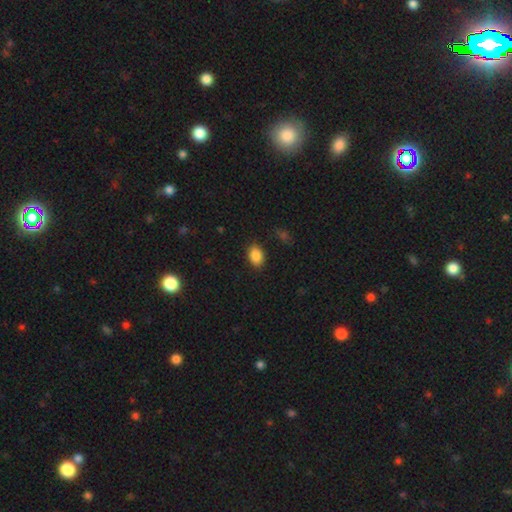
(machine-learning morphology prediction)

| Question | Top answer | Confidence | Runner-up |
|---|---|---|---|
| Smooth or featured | smooth | 87% | star or artifact (9%) |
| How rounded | in between | 81% | round (18%) |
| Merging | none | 85% | minor disturbance (10%) |